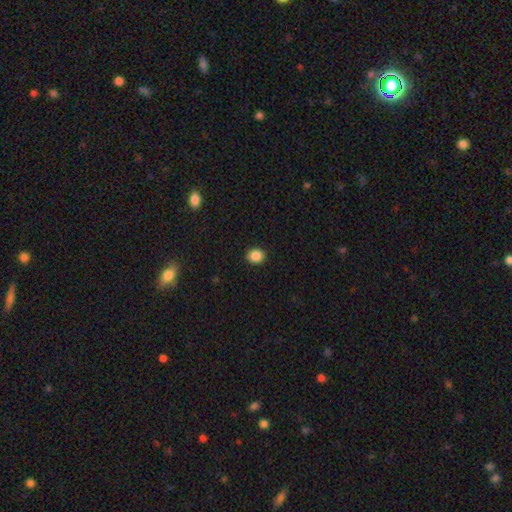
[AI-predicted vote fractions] Smooth or featured: smooth — 87% (star or artifact — 10%)
How rounded: round — 69% (in between — 30%)
Merging: none — 91% (minor disturbance — 6%)